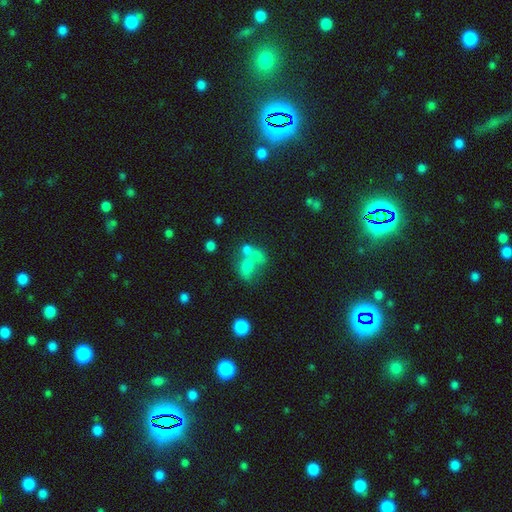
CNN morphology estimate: A smooth galaxy with no disk features (57%) that is in between round and cigar-shaped (53%).

Vote fractions:
- Smooth or featured? smooth: 57% / featured or disk: 25% / star or artifact: 18%
- How rounded? in between: 53% / round: 45% / cigar-shaped: 2%
- Merging? merger: 59% / none: 23% / major disturbance: 9% / minor disturbance: 9%